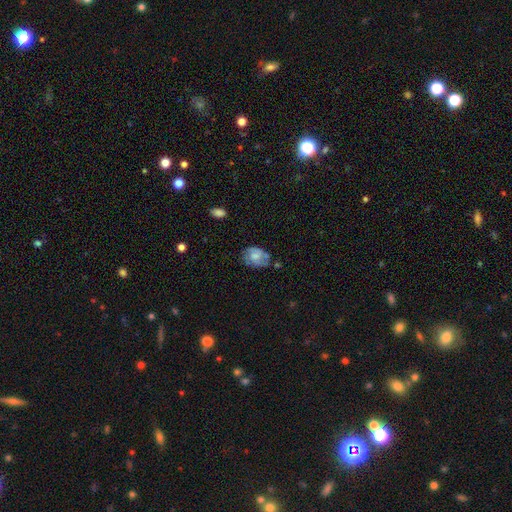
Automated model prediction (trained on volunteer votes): The model was most divided on "smooth or featured": smooth: 50%, featured or disk: 42%, star or artifact: 8%. More confident: how rounded — in between (71%); merging — none (56%).